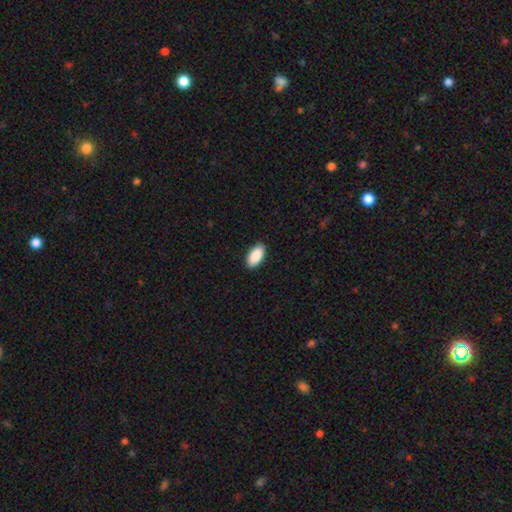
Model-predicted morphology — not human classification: Smooth or featured? smooth (90%)
How rounded? in between (95%)
Merging? none (90%)